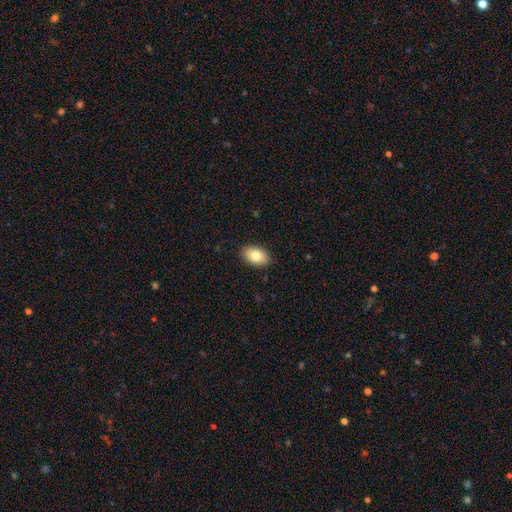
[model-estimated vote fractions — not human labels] A smooth galaxy with no disk features (80%) that is in between round and cigar-shaped (91%).

Vote fractions:
- Smooth or featured? smooth: 80% / featured or disk: 13% / star or artifact: 7%
- How rounded? in between: 91% / round: 7% / cigar-shaped: 1%
- Merging? none: 88% / minor disturbance: 9% / major disturbance: 2% / merger: 1%